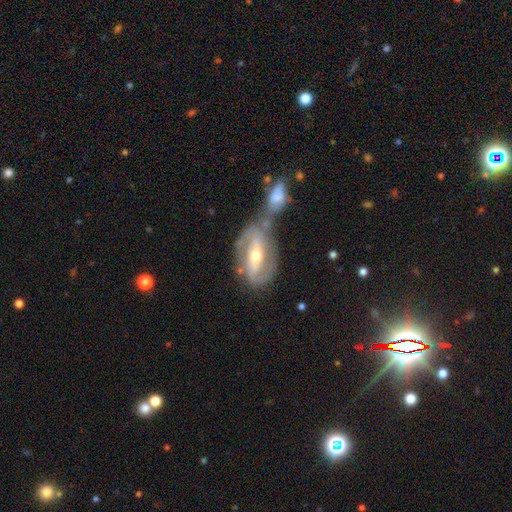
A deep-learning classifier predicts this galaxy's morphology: featured or disk 83%, smooth 12%, star or artifact 5%. Down the decision tree: edge-on disk — no (94%); bar — strong (48%); spiral arms — yes (89%); spiral arm count — 2 (80%); spiral winding — medium (43%); bulge size — moderate (60%); merging — merger (44%).